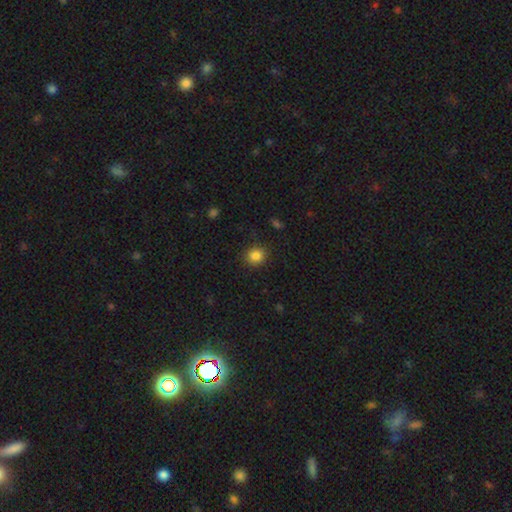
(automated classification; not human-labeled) smooth-or-featured: smooth: 85% | star or artifact: 11% | featured or disk: 4%
  how-rounded: round: 78% | in between: 22% | cigar-shaped: 1%
  merging: none: 87% | minor disturbance: 9% | major disturbance: 3% | merger: 1%